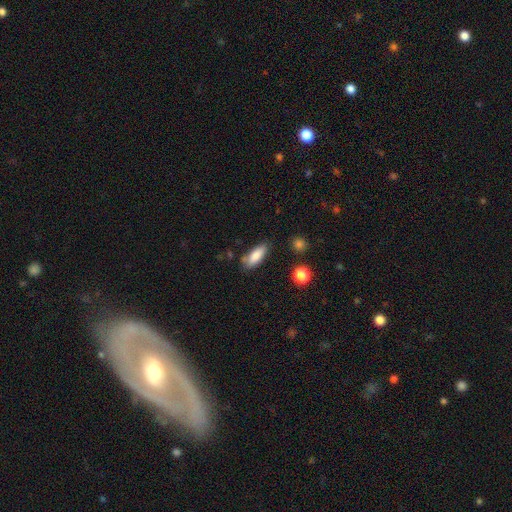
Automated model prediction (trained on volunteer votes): Smooth or featured: smooth — 84% (featured or disk — 9%)
How rounded: in between — 72% (cigar-shaped — 25%)
Merging: none — 74% (minor disturbance — 19%)